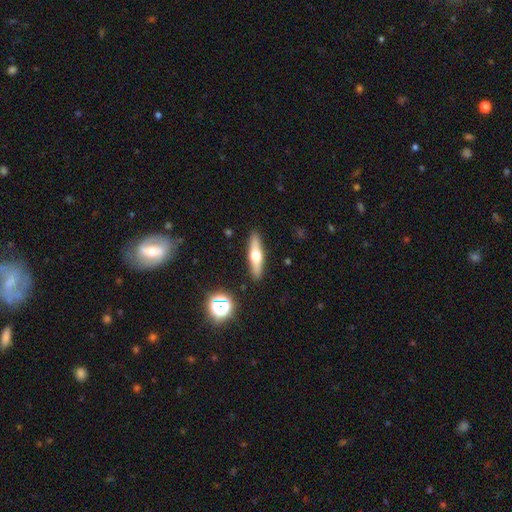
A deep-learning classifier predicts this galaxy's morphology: A featured or disk galaxy (50%) viewed edge-on (91%).

Vote fractions:
- Smooth or featured? featured or disk: 50% / smooth: 42% / star or artifact: 8%
- Edge-on disk? yes: 91% / no: 9%
- Merging? none: 90% / minor disturbance: 7% / major disturbance: 2% / merger: 2%